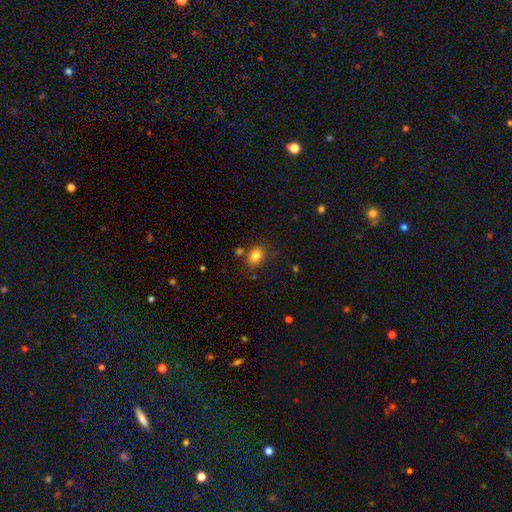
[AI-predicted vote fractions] Smooth or featured: smooth — 81% (star or artifact — 11%)
How rounded: in between — 53% (round — 46%)
Merging: none — 75% (minor disturbance — 15%)